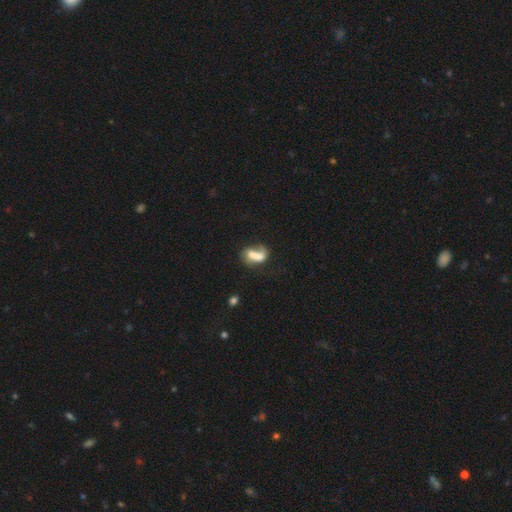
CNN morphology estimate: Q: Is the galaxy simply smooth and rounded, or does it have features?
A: smooth — 54%.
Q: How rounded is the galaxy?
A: in between — 79%.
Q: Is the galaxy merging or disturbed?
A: merger — 33%.